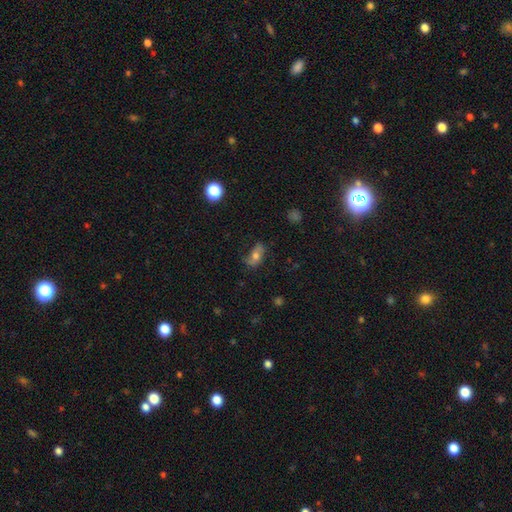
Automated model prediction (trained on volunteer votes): smooth-or-featured: smooth: 56% | featured or disk: 33% | star or artifact: 10%
  how-rounded: in between: 83% | round: 11% | cigar-shaped: 6%
  merging: none: 50% | minor disturbance: 29% | major disturbance: 18% | merger: 3%